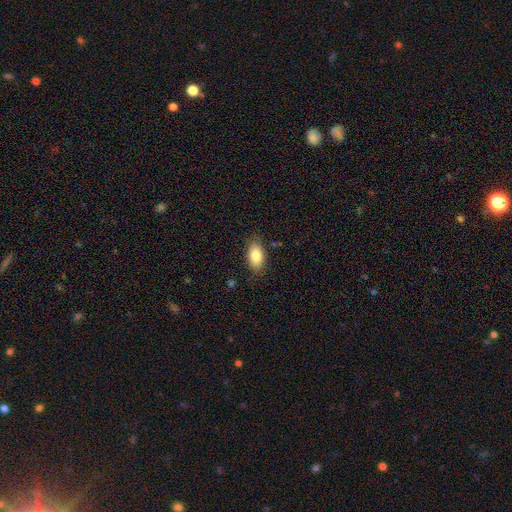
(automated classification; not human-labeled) smooth 83%, featured or disk 10%, star or artifact 7%. Down the decision tree: how rounded — in between (91%); merging — none (84%).